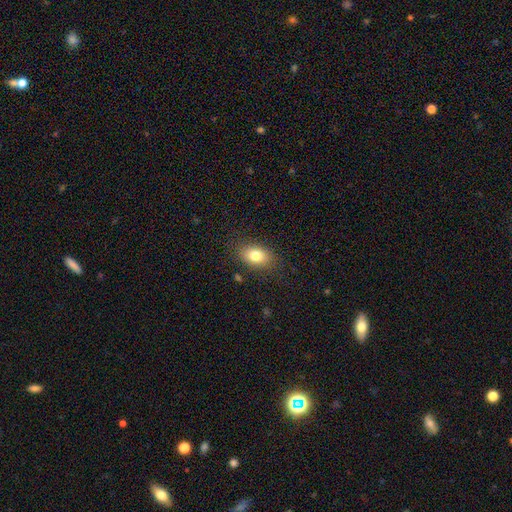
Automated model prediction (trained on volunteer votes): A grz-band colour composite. It shows a smooth galaxy with no disk features (80%) that is in between round and cigar-shaped (83%). Merging: none (84%).